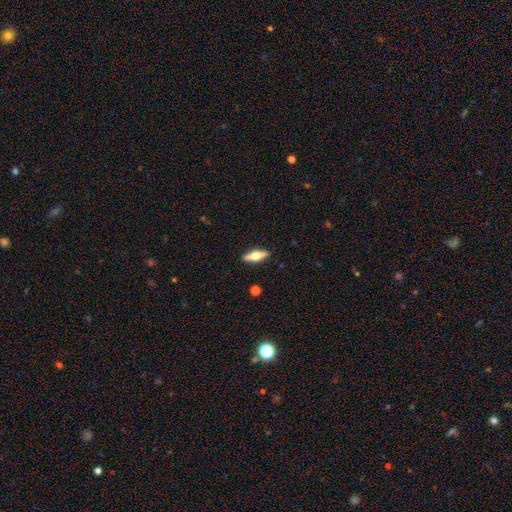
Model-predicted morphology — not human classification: This is possibly a featured or disk galaxy (58%). It is clearly viewed edge-on (94%). Edge-on bulge: clearly rounded (95%). Merging: clearly none (89%).